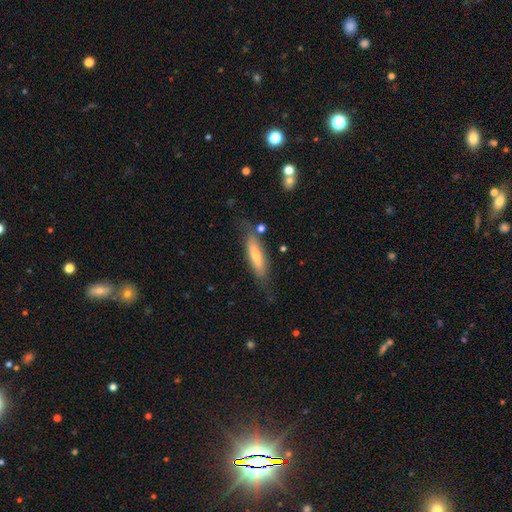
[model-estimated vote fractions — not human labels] A smooth galaxy with no disk features (60%) that is cigar-shaped (73%).

Vote fractions:
- Smooth or featured? smooth: 60% / featured or disk: 34% / star or artifact: 6%
- How rounded? cigar-shaped: 73% / in between: 26% / round: 2%
- Merging? none: 68% / minor disturbance: 20% / major disturbance: 7% / merger: 4%